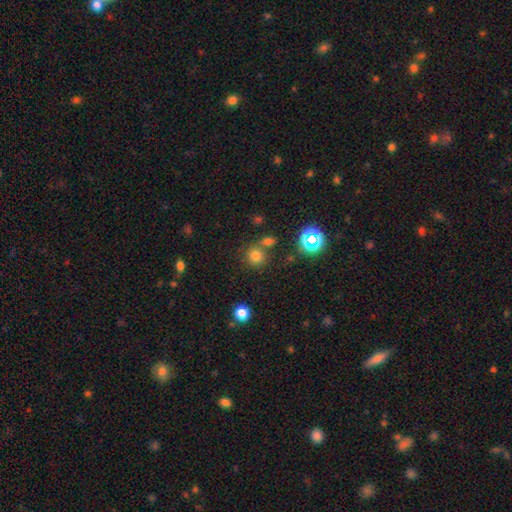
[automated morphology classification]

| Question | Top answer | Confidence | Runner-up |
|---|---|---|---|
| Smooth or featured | smooth | 72% | star or artifact (21%) |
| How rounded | round | 87% | in between (12%) |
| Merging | none | 68% | merger (20%) |